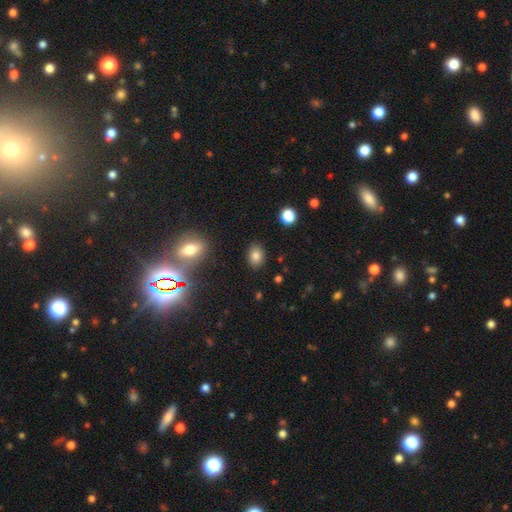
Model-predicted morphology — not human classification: Smooth or featured: smooth — 81% (star or artifact — 11%)
How rounded: in between — 64% (round — 34%)
Merging: none — 86% (minor disturbance — 10%)